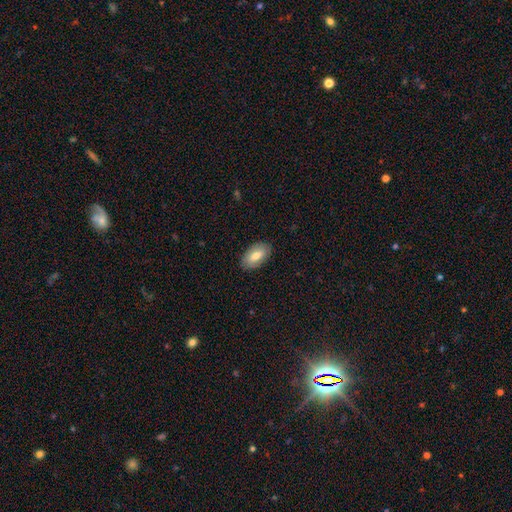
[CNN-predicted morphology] smooth_or_featured: smooth (p=0.76) [alt: featured or disk p=0.18]
how_rounded: in between (p=0.94) [alt: cigar-shaped p=0.03]
merging: none (p=0.87) [alt: minor disturbance p=0.09]